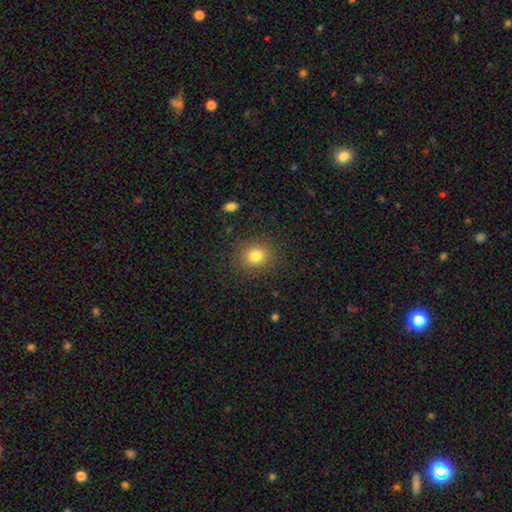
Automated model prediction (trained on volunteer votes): Smooth or featured? Predicted: smooth (p=0.81). How rounded? Predicted: round (p=0.71). Merging? Predicted: none (p=0.87).